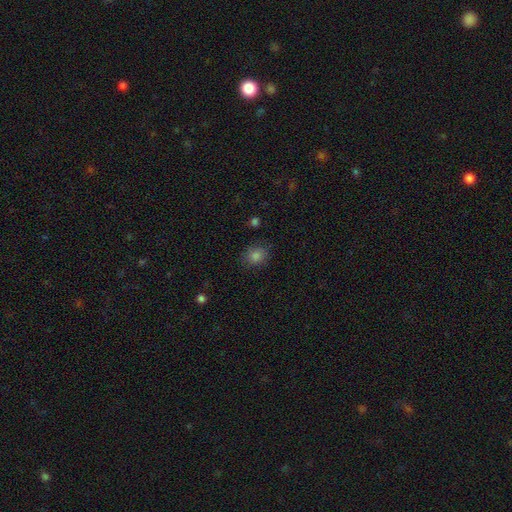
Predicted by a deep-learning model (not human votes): smooth 82%, star or artifact 12%, featured or disk 6%. Down the decision tree: how rounded — round (65%); merging — none (82%).